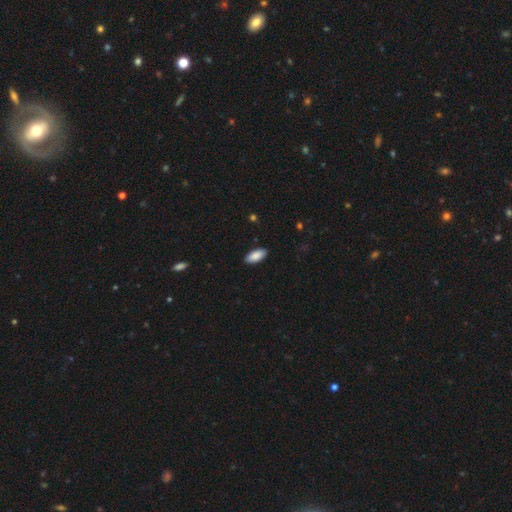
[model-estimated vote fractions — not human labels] Smooth or featured: smooth — 89% (star or artifact — 6%)
How rounded: in between — 90% (cigar-shaped — 8%)
Merging: none — 89% (minor disturbance — 8%)